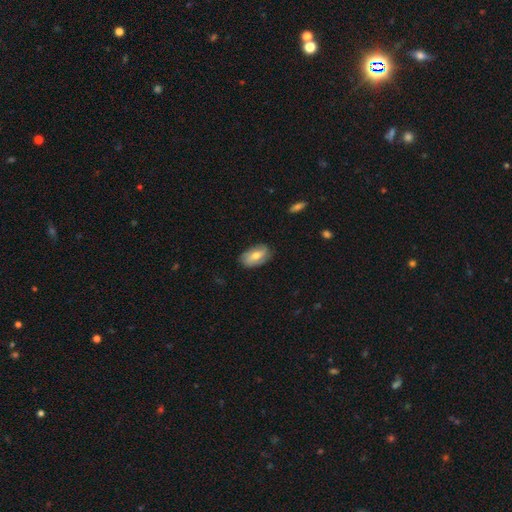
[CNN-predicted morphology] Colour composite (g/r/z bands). It shows a smooth galaxy with no disk features (54%) that is in between round and cigar-shaped (92%). Merging: none (77%).